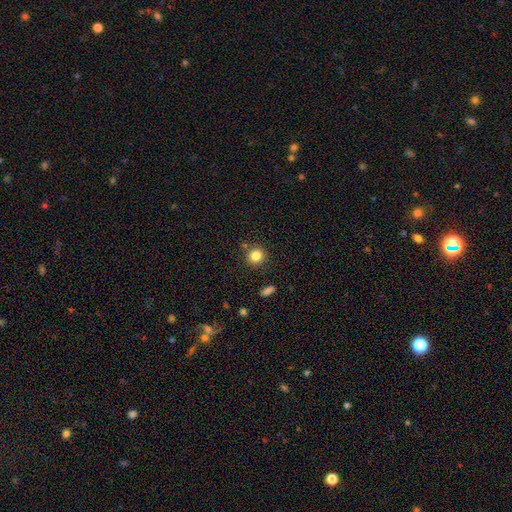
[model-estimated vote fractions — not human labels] smooth-or-featured: smooth: 83% | star or artifact: 11% | featured or disk: 6%
  how-rounded: round: 88% | in between: 11% | cigar-shaped: 1%
  merging: none: 82% | minor disturbance: 9% | merger: 6% | major disturbance: 3%